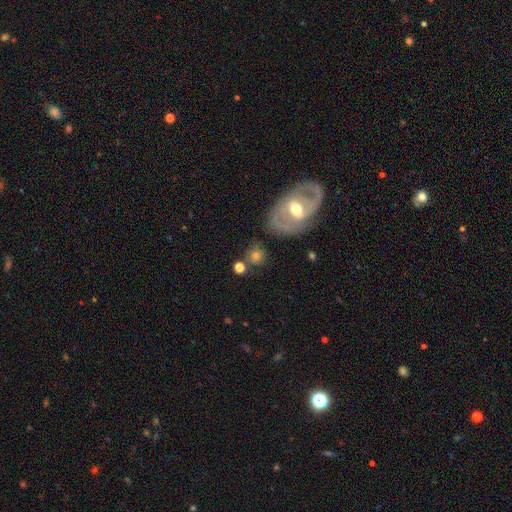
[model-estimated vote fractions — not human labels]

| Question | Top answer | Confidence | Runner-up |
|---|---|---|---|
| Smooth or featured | smooth | 63% | featured or disk (25%) |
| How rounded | round | 78% | in between (21%) |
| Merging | none | 70% | minor disturbance (14%) |